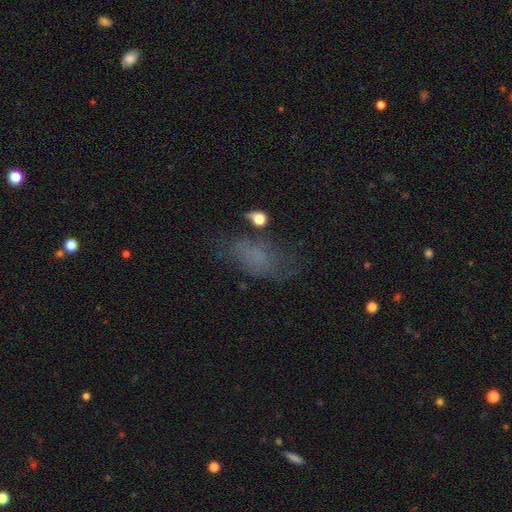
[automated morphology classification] The model was most divided on "merging": none: 48%, minor disturbance: 25%, major disturbance: 23%, merger: 4%. More confident: how rounded — in between (86%); smooth or featured — smooth (55%).